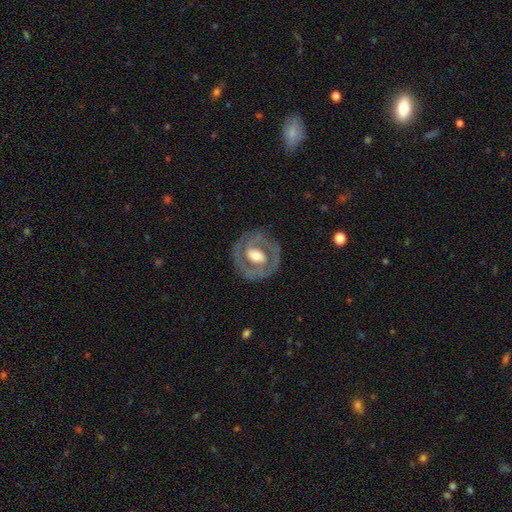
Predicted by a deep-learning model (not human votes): Smooth or featured? featured or disk (73%)
Edge-on disk? no (95%)
Bar? no (41%)
Spiral arms? yes (55%)
Bulge size? moderate (58%)
Merging? none (77%)